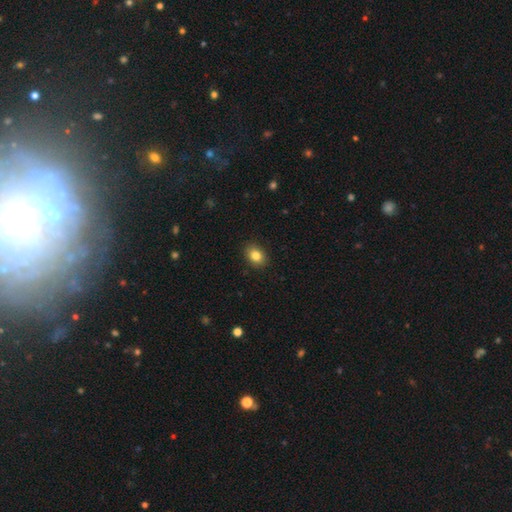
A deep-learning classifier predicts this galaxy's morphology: Smooth or featured: smooth — 84% (star or artifact — 9%)
How rounded: in between — 64% (round — 35%)
Merging: none — 88% (minor disturbance — 9%)